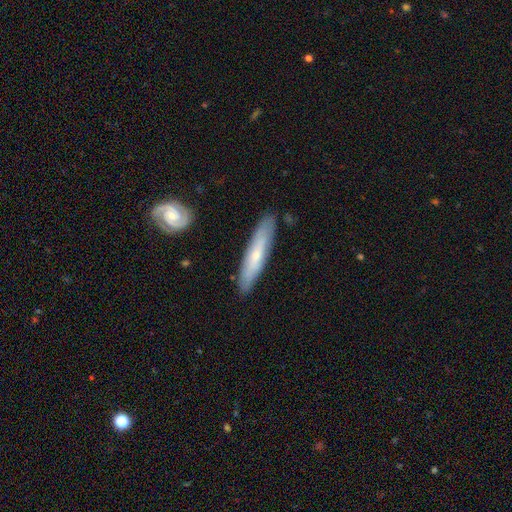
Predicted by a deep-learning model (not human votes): Smooth or featured?
  - smooth: 51% *
  - featured or disk: 44%
  - star or artifact: 5%
How rounded?
  - cigar-shaped: 86% *
  - in between: 13%
  - round: 1%
Merging?
  - none: 85% *
  - minor disturbance: 11%
  - merger: 2%
  - major disturbance: 2%